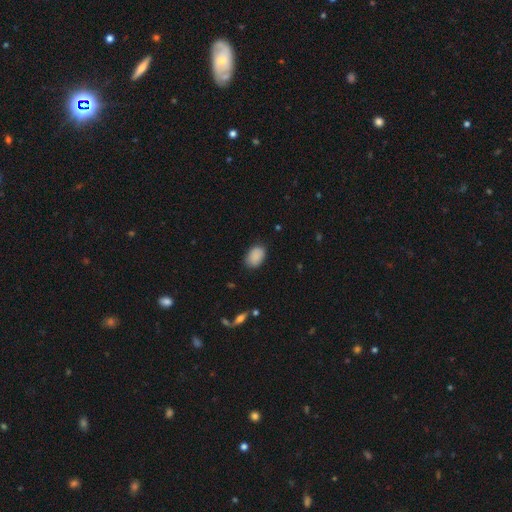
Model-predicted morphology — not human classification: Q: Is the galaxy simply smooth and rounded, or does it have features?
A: smooth — 89%.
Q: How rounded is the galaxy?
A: in between — 85%.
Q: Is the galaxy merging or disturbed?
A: none — 82%.